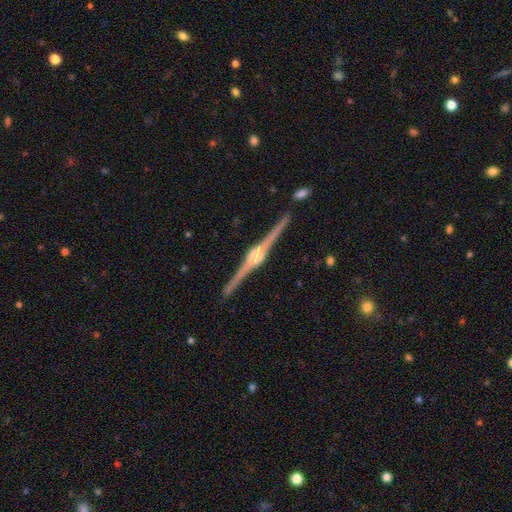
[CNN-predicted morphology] A featured or disk galaxy (91%) viewed edge-on (99%) with a rounded central bulge (85%). Merging: none (91%).